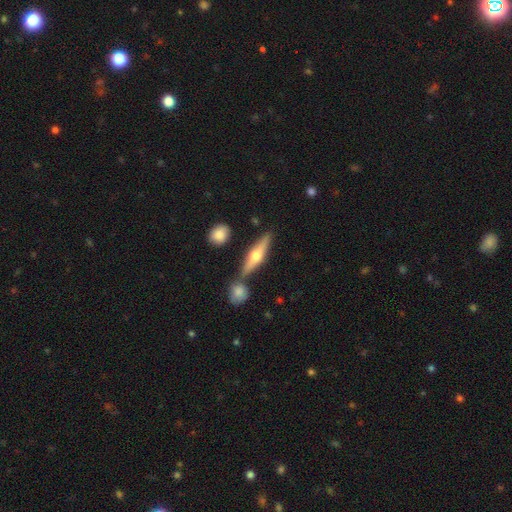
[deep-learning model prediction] Overall: featured or disk (62%; smooth 32%). Edge-on disk: yes (94%). Edge-on bulge: rounded (94%). Merging: none (75%).